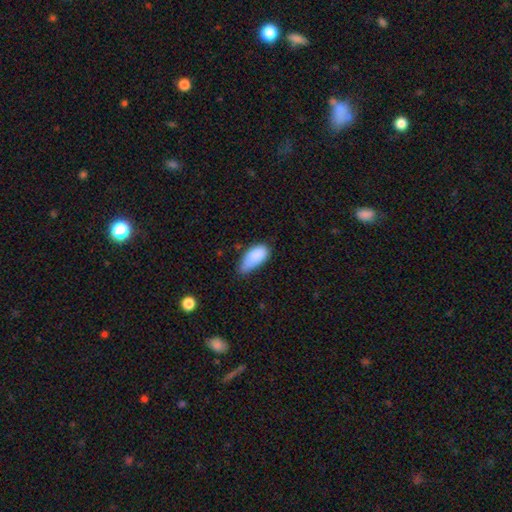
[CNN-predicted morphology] type=smooth (85%); roundness=in between (89%); merging=minor disturbance (48%).